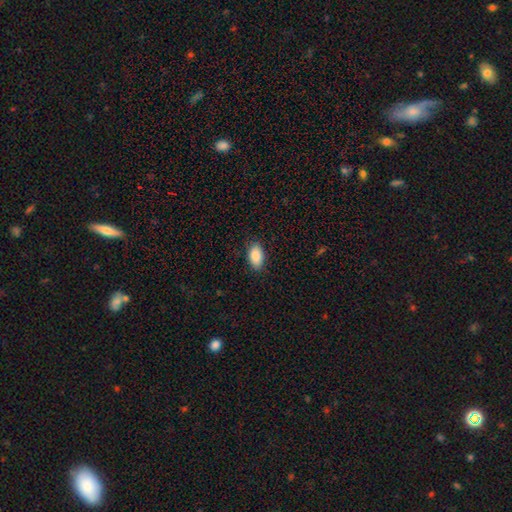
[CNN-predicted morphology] A smooth galaxy with no disk features (89%) that is in between round and cigar-shaped (93%).

Vote fractions:
- Smooth or featured? smooth: 89% / star or artifact: 7% / featured or disk: 4%
- How rounded? in between: 93% / round: 5% / cigar-shaped: 2%
- Merging? none: 86% / minor disturbance: 11% / major disturbance: 2% / merger: 1%